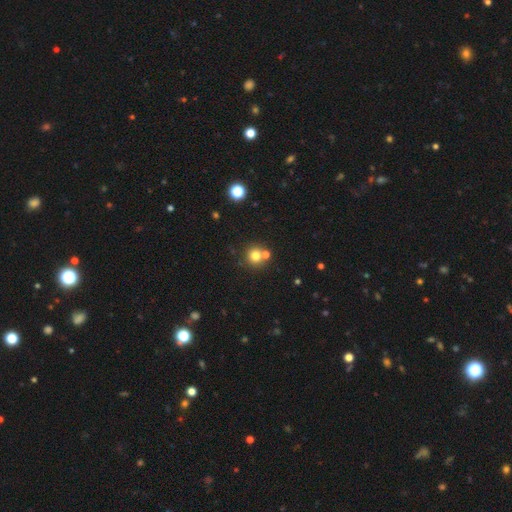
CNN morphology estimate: The model was most divided on "merging": none: 64%, merger: 25%, minor disturbance: 8%, major disturbance: 3%. More confident: how rounded — round (91%); smooth or featured — smooth (75%).